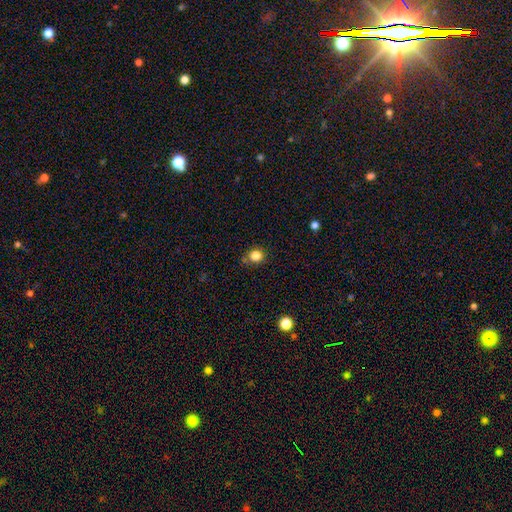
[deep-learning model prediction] This is clearly a smooth galaxy (83%). How rounded: likely round (79%). Merging: likely none (75%).